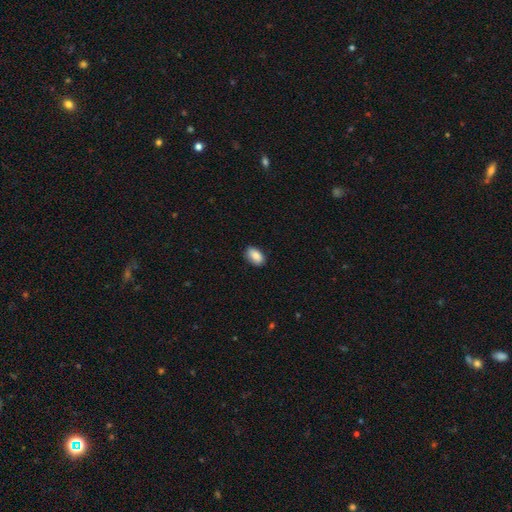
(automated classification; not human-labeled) Smooth or featured? smooth (87%)
How rounded? in between (92%)
Merging? none (85%)